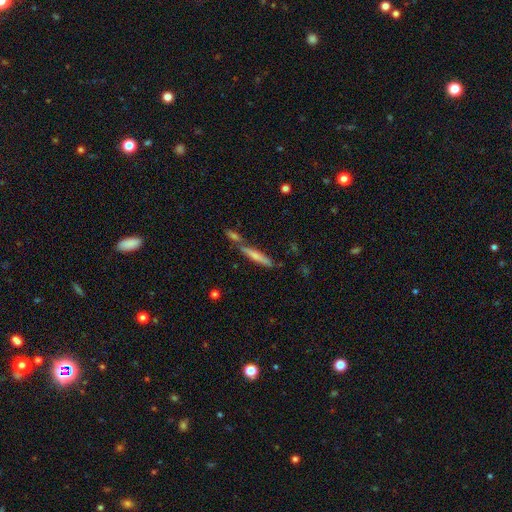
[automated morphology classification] This appears to be a smooth galaxy with no disk features (60%) that is cigar-shaped (91%). Merging: none (60%).